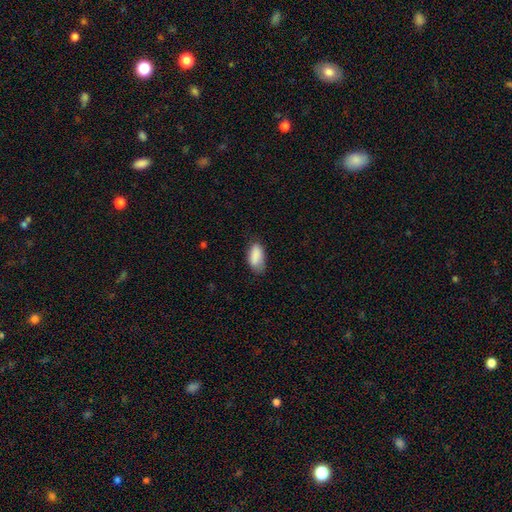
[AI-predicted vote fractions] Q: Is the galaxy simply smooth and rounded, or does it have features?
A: smooth — 87%.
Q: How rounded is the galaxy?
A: in between — 91%.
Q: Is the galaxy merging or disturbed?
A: none — 66%.